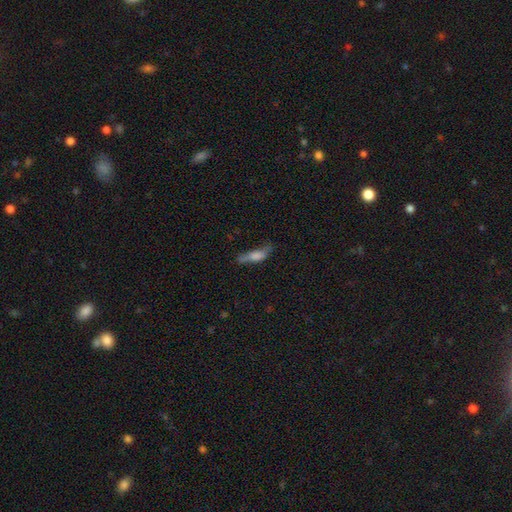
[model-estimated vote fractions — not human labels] A smooth galaxy with no disk features (59%) that is cigar-shaped (59%).

Vote fractions:
- Smooth or featured? smooth: 59% / featured or disk: 31% / star or artifact: 10%
- How rounded? cigar-shaped: 59% / in between: 38% / round: 3%
- Merging? none: 50% / minor disturbance: 29% / major disturbance: 17% / merger: 4%